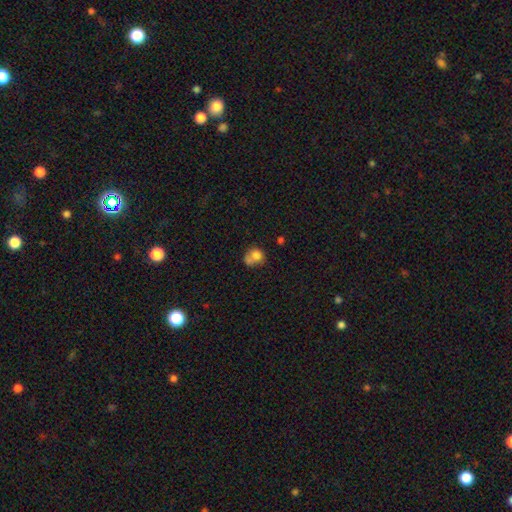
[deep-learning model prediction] smooth_or_featured: smooth (p=0.75) [alt: featured or disk p=0.15]
how_rounded: round (p=0.64) [alt: in between p=0.35]
merging: merger (p=0.41) [alt: none p=0.32]